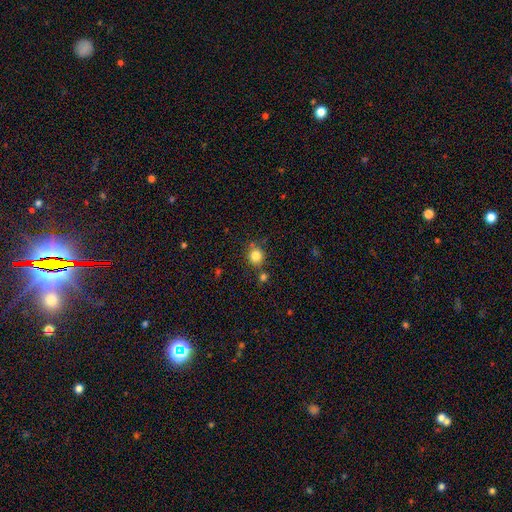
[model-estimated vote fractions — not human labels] Smooth or featured? smooth (82%)
How rounded? round (85%)
Merging? none (73%)